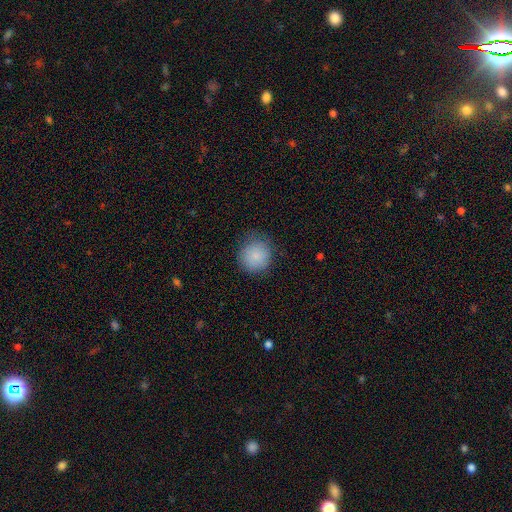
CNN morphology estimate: Smooth or featured? smooth (86%)
How rounded? round (89%)
Merging? none (79%)